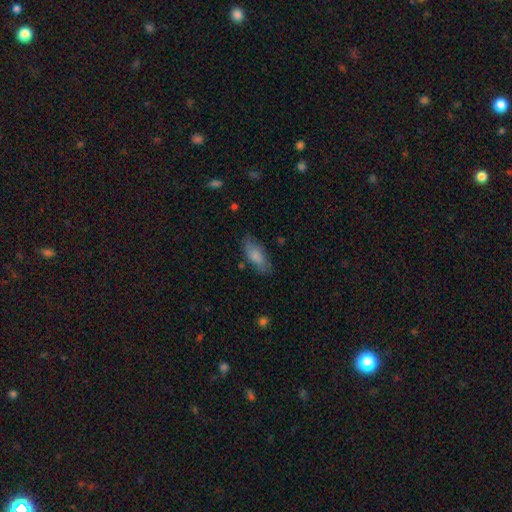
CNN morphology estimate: Overall: smooth (79%). How rounded: in between (78%). Merging: none (75%).